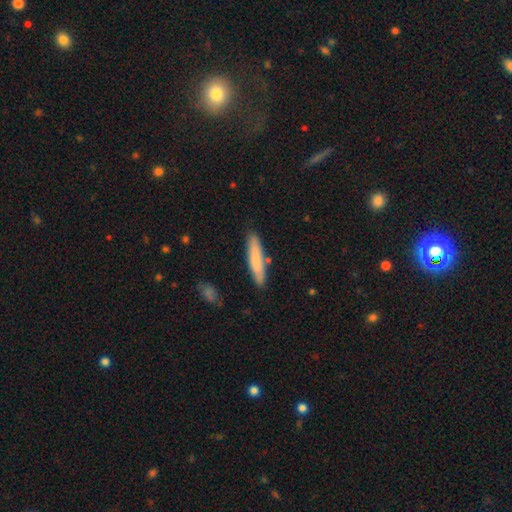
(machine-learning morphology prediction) Overall: smooth (75%). How rounded: cigar-shaped (90%). Merging: none (85%).